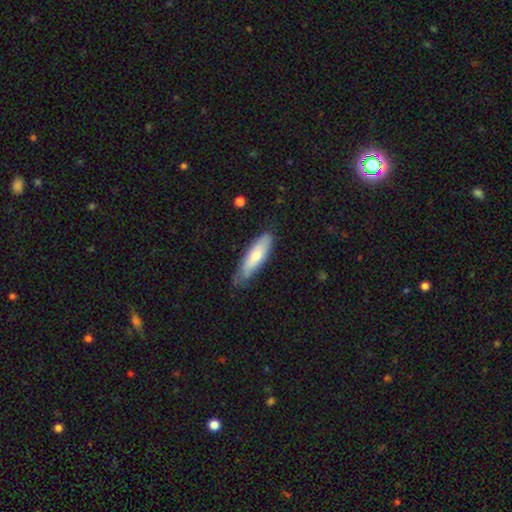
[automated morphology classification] Overall: smooth (70%). How rounded: cigar-shaped (54%; in between 45%). Merging: none (65%; minor disturbance 28%).